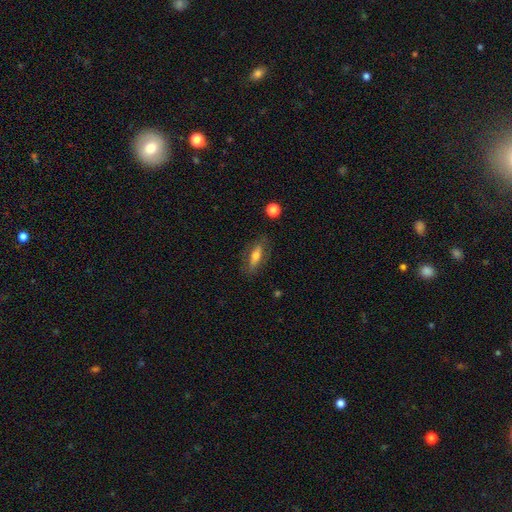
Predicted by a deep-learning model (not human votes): This is possibly a smooth galaxy (58%). How rounded: possibly in between (51%). Merging: likely none (80%).